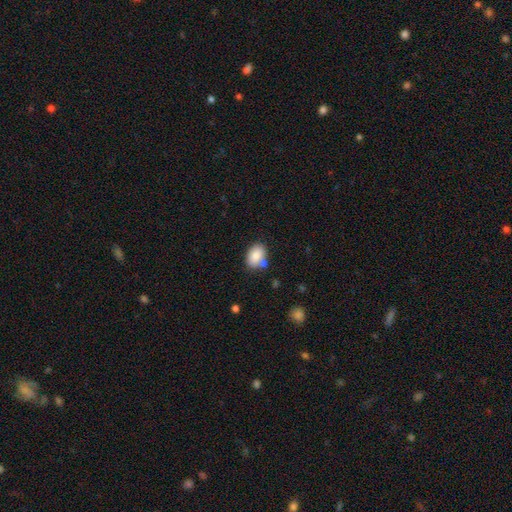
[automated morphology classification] This appears to be a smooth galaxy with no disk features (84%) that is in between round and cigar-shaped (86%). Merging: none (66%).